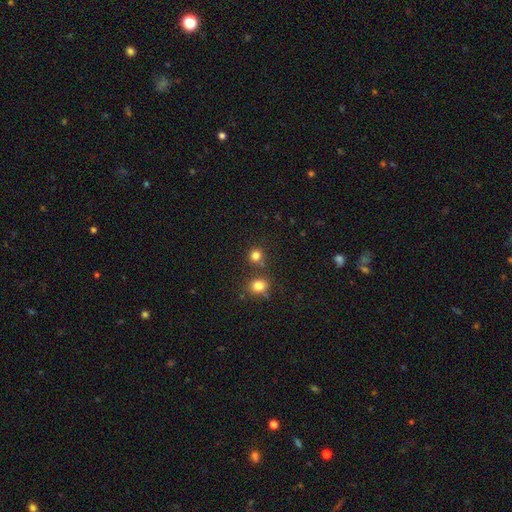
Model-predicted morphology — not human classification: A smooth galaxy with no disk features (80%) that is round (87%). Merging: none (71%).